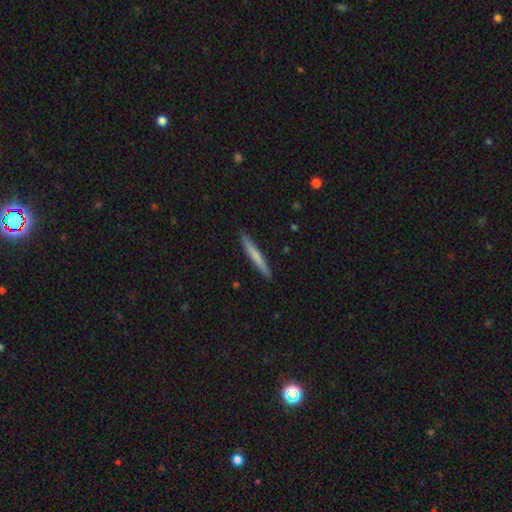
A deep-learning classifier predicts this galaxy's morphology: Smooth or featured?
  - smooth: 67% *
  - featured or disk: 28%
  - star or artifact: 5%
How rounded?
  - cigar-shaped: 96% *
  - in between: 3%
  - round: 1%
Merging?
  - none: 92% *
  - minor disturbance: 6%
  - major disturbance: 1%
  - merger: 1%